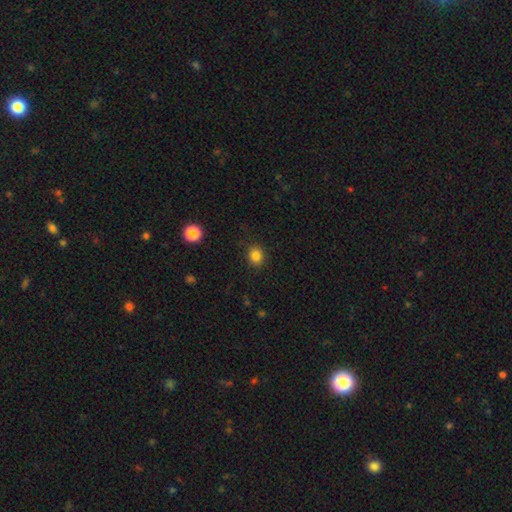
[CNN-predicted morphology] smooth_or_featured: smooth (p=0.84) [alt: star or artifact p=0.12]
how_rounded: round (p=0.68) [alt: in between p=0.31]
merging: none (p=0.87) [alt: minor disturbance p=0.09]